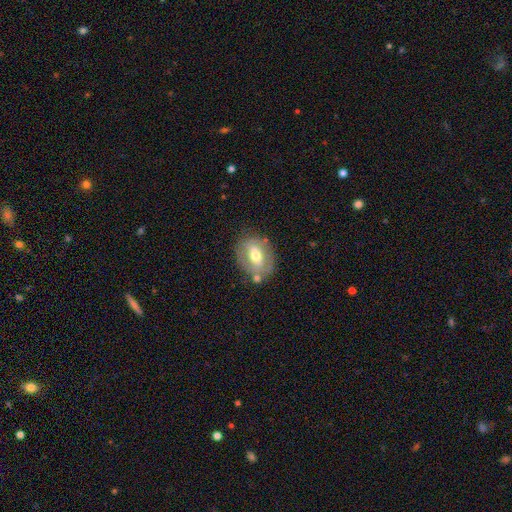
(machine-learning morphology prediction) Smooth or featured: featured or disk — 53% (smooth — 40%)
Edge-on disk: no — 93% (yes — 7%)
Merging: none — 69% (minor disturbance — 18%)